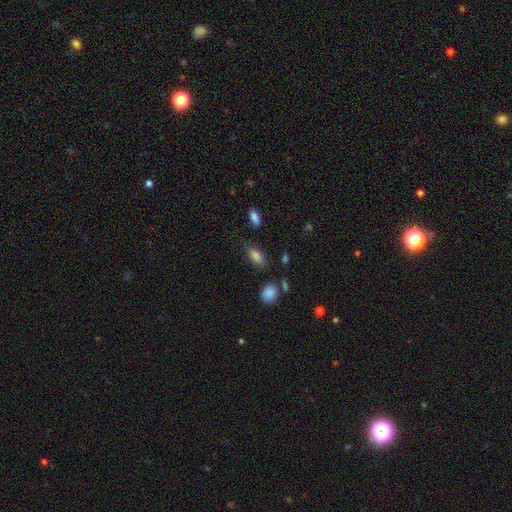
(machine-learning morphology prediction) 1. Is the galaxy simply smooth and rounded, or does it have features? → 84% smooth, 9% star or artifact, 7% featured or disk.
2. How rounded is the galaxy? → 88% in between, 8% cigar-shaped, 4% round.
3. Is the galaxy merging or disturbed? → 75% none, 17% minor disturbance, 5% major disturbance, 3% merger.